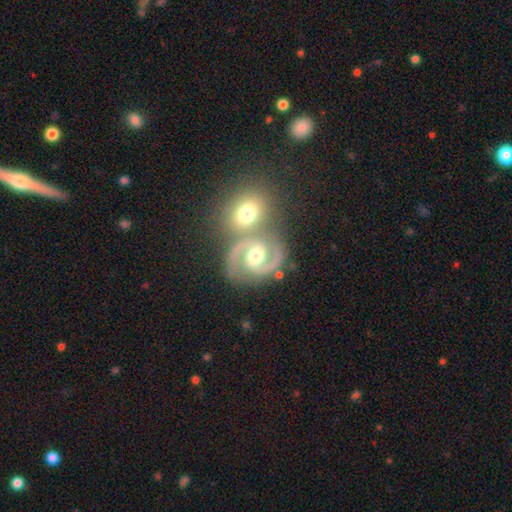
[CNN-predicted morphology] Smooth or featured? Predicted: featured or disk (p=0.89). Edge-on disk? Predicted: no (p=0.98). Bar? Predicted: weak (p=0.44). Spiral arms? Predicted: yes (p=0.98). Spiral winding? Predicted: medium (p=0.66). Spiral arm count? Predicted: 2 (p=0.94). Bulge size? Predicted: moderate (p=0.74). Merging? Predicted: none (p=0.53).